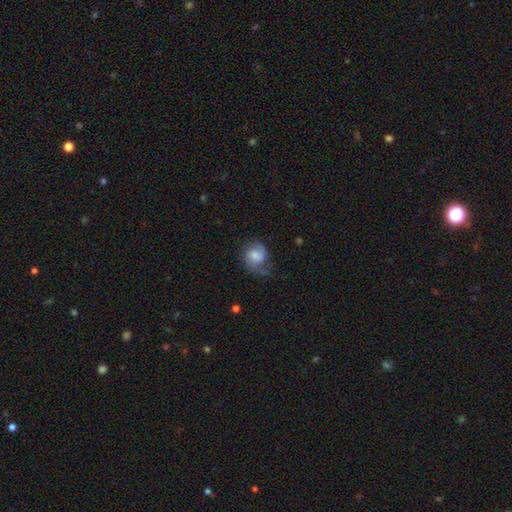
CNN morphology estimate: Smooth or featured? Predicted: featured or disk (p=0.53). Edge-on disk? Predicted: no (p=0.98). Bar? Predicted: no (p=0.56). Spiral arms? Predicted: yes (p=0.89). Bulge size? Predicted: moderate (p=0.35). Merging? Predicted: none (p=0.49).